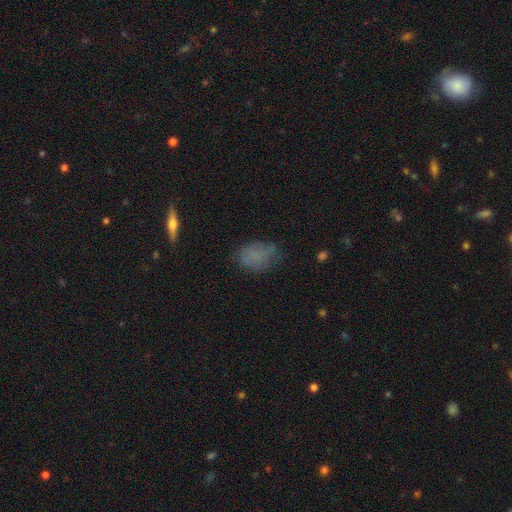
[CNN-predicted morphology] Smooth or featured: smooth — 72% (featured or disk — 15%)
How rounded: in between — 82% (round — 15%)
Merging: none — 61% (minor disturbance — 27%)